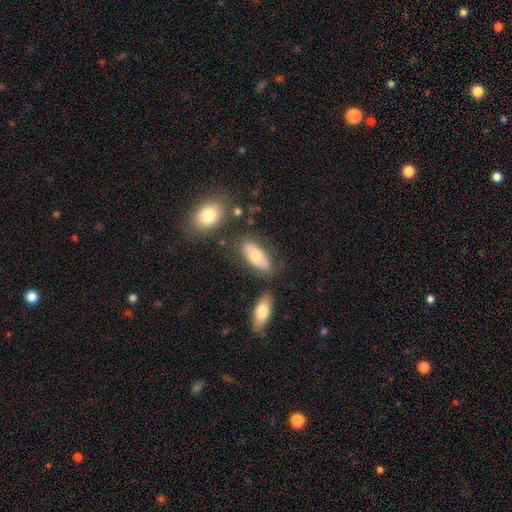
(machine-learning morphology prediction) This appears to be a smooth galaxy with no disk features (68%) that is in between round and cigar-shaped (88%). Merging: none (71%).